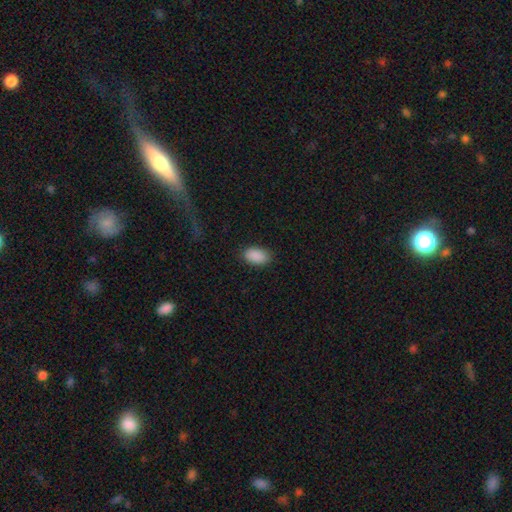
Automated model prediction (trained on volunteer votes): Smooth or featured?
  - smooth: 90% *
  - star or artifact: 7%
  - featured or disk: 3%
How rounded?
  - in between: 93% *
  - round: 6%
  - cigar-shaped: 2%
Merging?
  - none: 87% *
  - minor disturbance: 10%
  - major disturbance: 3%
  - merger: 1%